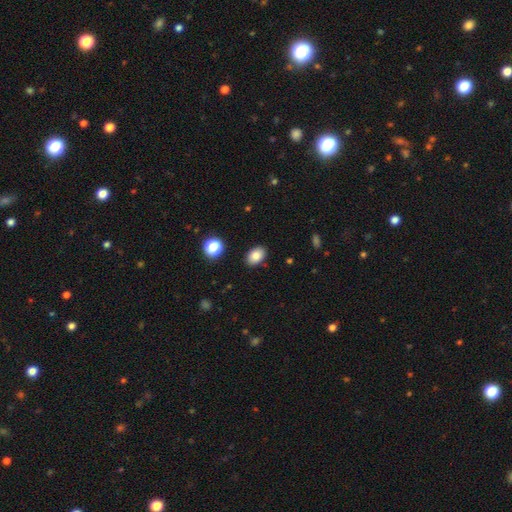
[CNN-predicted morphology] type=smooth (84%); roundness=in between (84%); merging=none (87%).